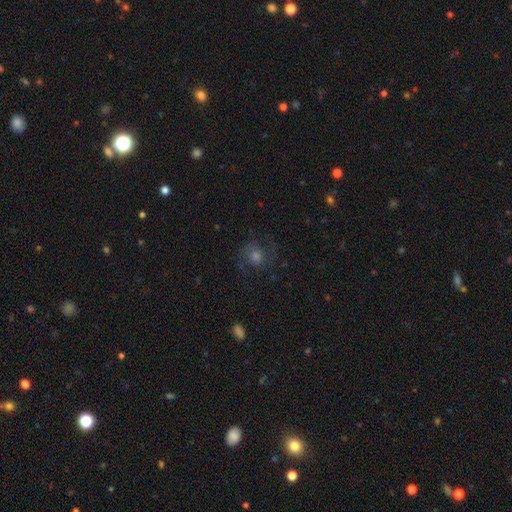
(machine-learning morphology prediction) Smooth or featured? Predicted: featured or disk (p=0.58). Edge-on disk? Predicted: no (p=0.97). Bar? Predicted: no (p=0.70). Spiral arms? Predicted: yes (p=0.90). Spiral winding? Predicted: medium (p=0.52). Spiral arm count? Predicted: 2 (p=0.78). Bulge size? Predicted: moderate (p=0.48). Merging? Predicted: none (p=0.74).